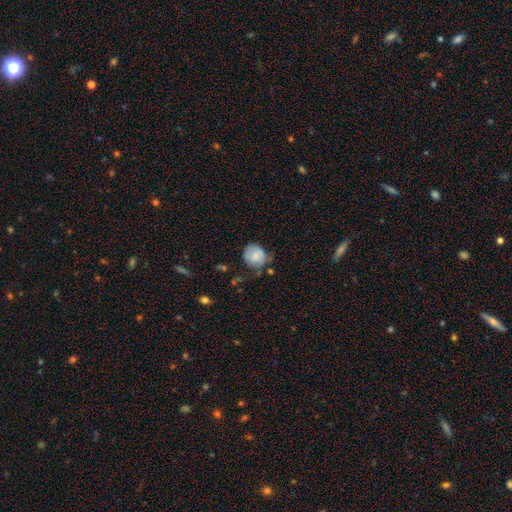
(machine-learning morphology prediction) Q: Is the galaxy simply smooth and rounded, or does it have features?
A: smooth — 75%.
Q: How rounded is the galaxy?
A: round — 77%.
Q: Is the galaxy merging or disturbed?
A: none — 54%.